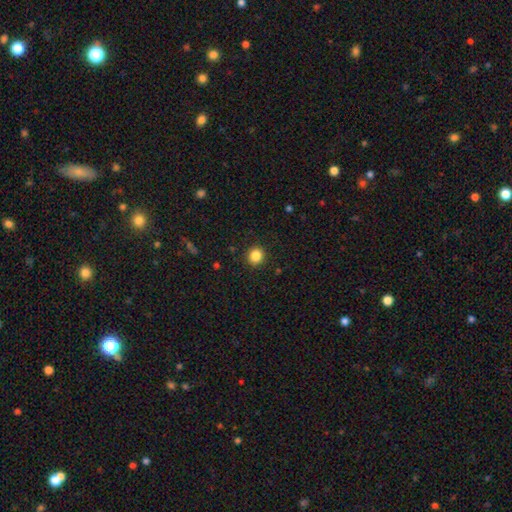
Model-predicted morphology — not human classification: Smooth or featured: smooth — 85% (star or artifact — 11%)
How rounded: round — 88% (in between — 11%)
Merging: none — 91% (minor disturbance — 6%)